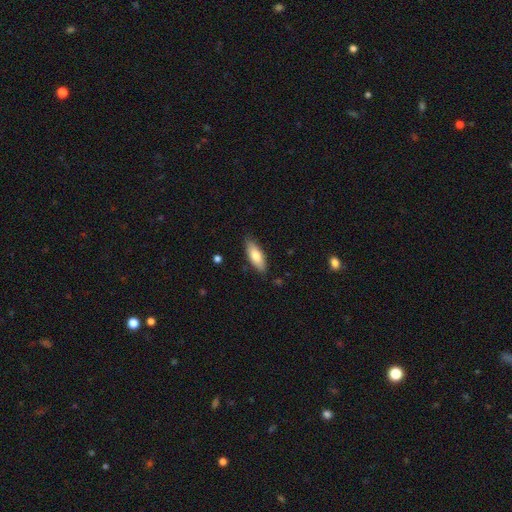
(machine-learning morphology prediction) Smooth or featured: smooth — 78% (featured or disk — 16%)
How rounded: in between — 68% (cigar-shaped — 30%)
Merging: none — 85% (minor disturbance — 11%)